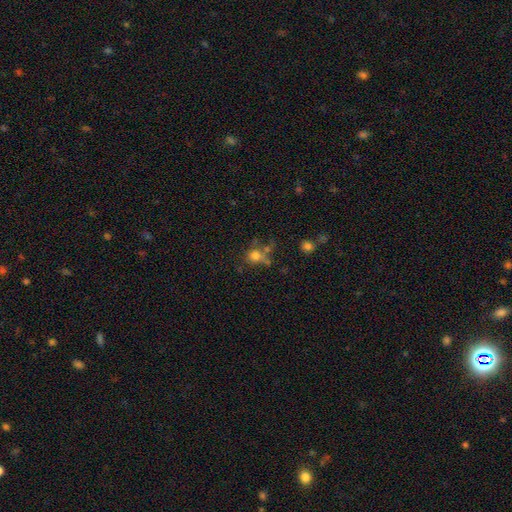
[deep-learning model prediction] Smooth or featured?
  - smooth: 69% *
  - star or artifact: 16%
  - featured or disk: 14%
How rounded?
  - round: 75% *
  - in between: 23%
  - cigar-shaped: 2%
Merging?
  - none: 46% *
  - merger: 24%
  - minor disturbance: 16%
  - major disturbance: 14%